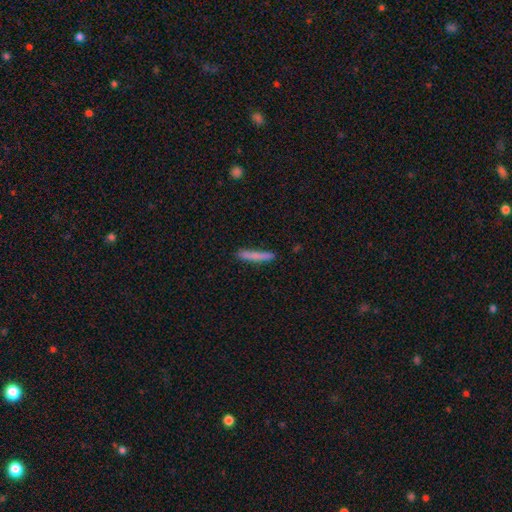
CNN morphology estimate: A smooth galaxy with no disk features (77%) that is cigar-shaped (95%).

Vote fractions:
- Smooth or featured? smooth: 77% / featured or disk: 17% / star or artifact: 6%
- How rounded? cigar-shaped: 95% / in between: 4% / round: 1%
- Merging? none: 84% / minor disturbance: 12% / major disturbance: 2% / merger: 2%